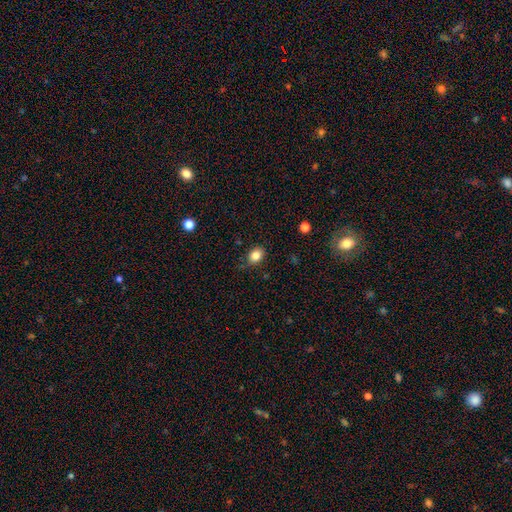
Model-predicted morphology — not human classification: smooth-or-featured: smooth: 84% | star or artifact: 10% | featured or disk: 6%
  how-rounded: in between: 58% | round: 41% | cigar-shaped: 1%
  merging: none: 80% | minor disturbance: 16% | major disturbance: 3% | merger: 1%